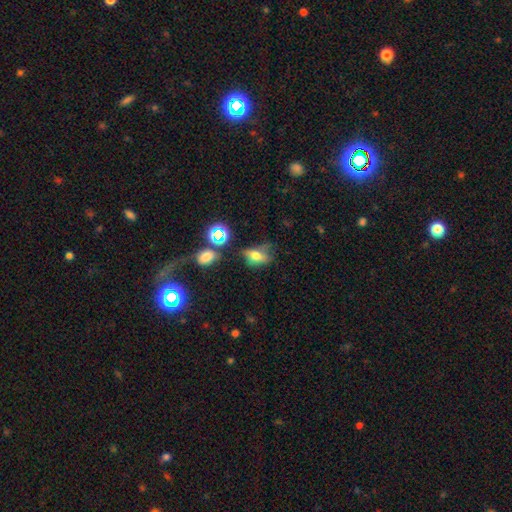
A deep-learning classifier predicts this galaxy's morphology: The model was most divided on "merging": none: 44%, minor disturbance: 29%, major disturbance: 20%, merger: 8%. More confident: how rounded — in between (76%); smooth or featured — smooth (59%).